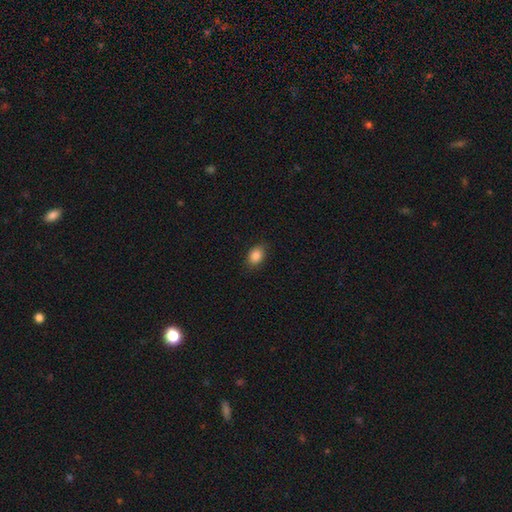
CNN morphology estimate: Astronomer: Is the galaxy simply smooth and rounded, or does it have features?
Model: smooth — 87%.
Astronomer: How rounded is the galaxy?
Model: in between — 71%.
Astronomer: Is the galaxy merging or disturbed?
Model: none — 84%.